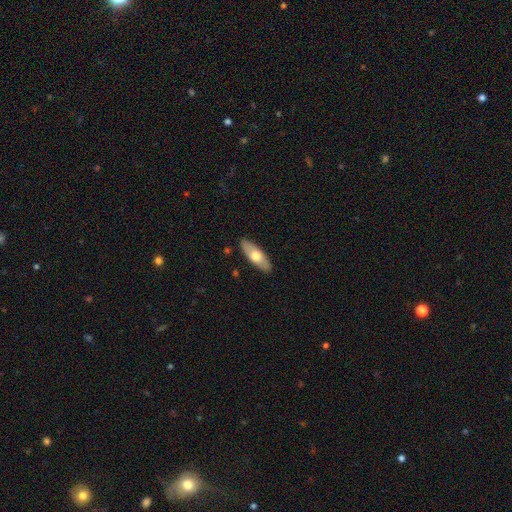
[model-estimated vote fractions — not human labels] Smooth or featured? Predicted: smooth (p=0.60). How rounded? Predicted: in between (p=0.68). Merging? Predicted: none (p=0.88).